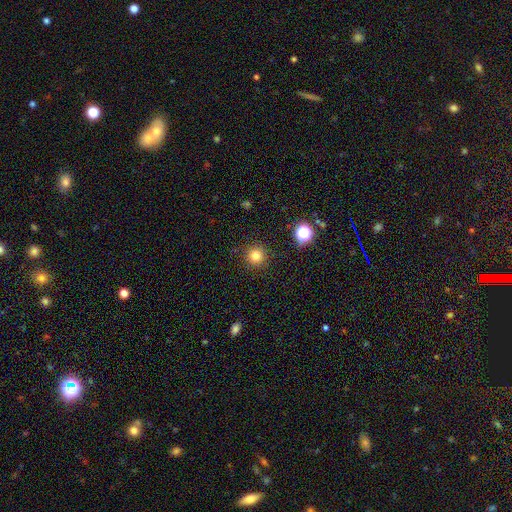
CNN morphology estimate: A smooth galaxy with no disk features (80%) that is round (95%). Merging: none (91%).